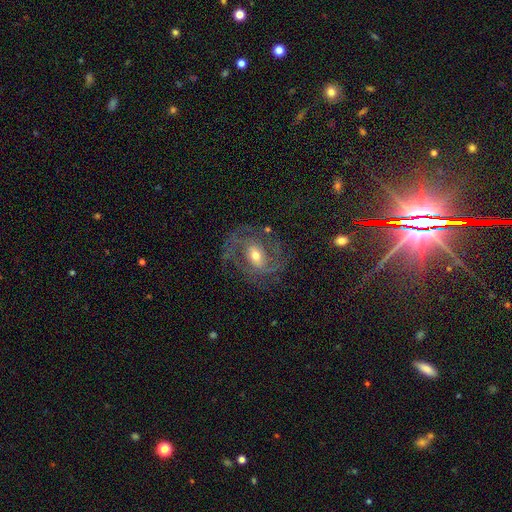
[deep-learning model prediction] Smooth or featured?
  - featured or disk: 84% *
  - smooth: 10%
  - star or artifact: 7%
Edge-on disk?
  - no: 97% *
  - yes: 3%
Bar?
  - weak: 46% *
  - no: 35%
  - strong: 20%
Spiral arms?
  - yes: 92% *
  - no: 8%
Spiral winding?
  - medium: 46% *
  - tight: 40%
  - loose: 15%
Spiral arm count?
  - 2: 57% *
  - can't tell: 18%
  - 3: 12%
  - 1: 5%
  - 4: 4%
  - more than 4: 4%
Bulge size?
  - moderate: 64% *
  - small: 29%
  - large: 5%
  - none: 1%
  - dominant: 1%
Merging?
  - none: 68% *
  - minor disturbance: 17%
  - major disturbance: 13%
  - merger: 2%